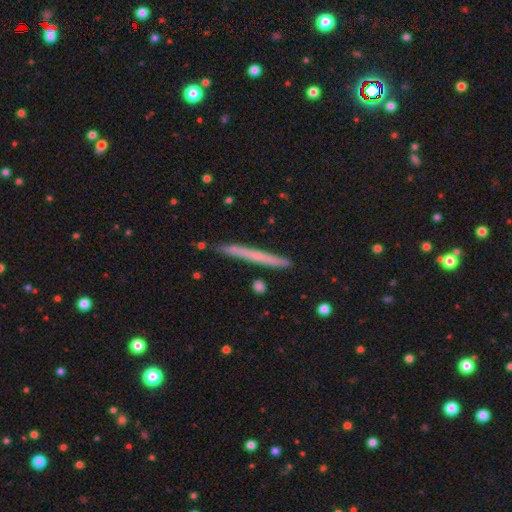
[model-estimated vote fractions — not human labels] Smooth or featured?
  - smooth: 53% *
  - featured or disk: 39%
  - star or artifact: 7%
How rounded?
  - cigar-shaped: 97% *
  - in between: 2%
  - round: 1%
Merging?
  - none: 89% *
  - minor disturbance: 8%
  - merger: 2%
  - major disturbance: 1%